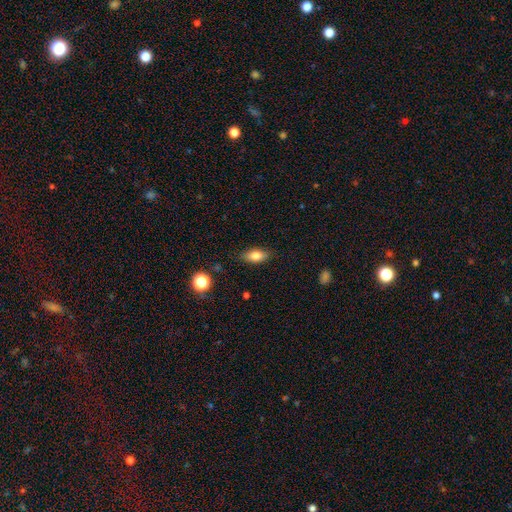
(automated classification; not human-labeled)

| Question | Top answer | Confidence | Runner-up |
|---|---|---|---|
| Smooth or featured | smooth | 79% | featured or disk (13%) |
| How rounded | in between | 82% | cigar-shaped (12%) |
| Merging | none | 85% | minor disturbance (11%) |